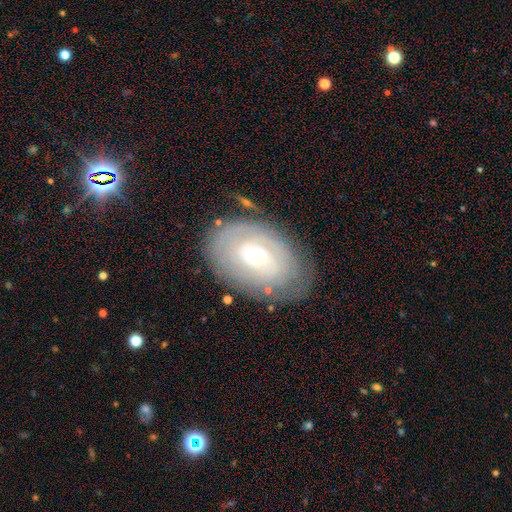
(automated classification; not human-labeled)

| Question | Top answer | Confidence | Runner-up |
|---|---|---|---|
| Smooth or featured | featured or disk | 64% | smooth (29%) |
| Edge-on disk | no | 94% | yes (6%) |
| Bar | no | 67% | weak (26%) |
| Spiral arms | yes | 63% | no (37%) |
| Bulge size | small | 57% | moderate (38%) |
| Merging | none | 73% | minor disturbance (18%) |